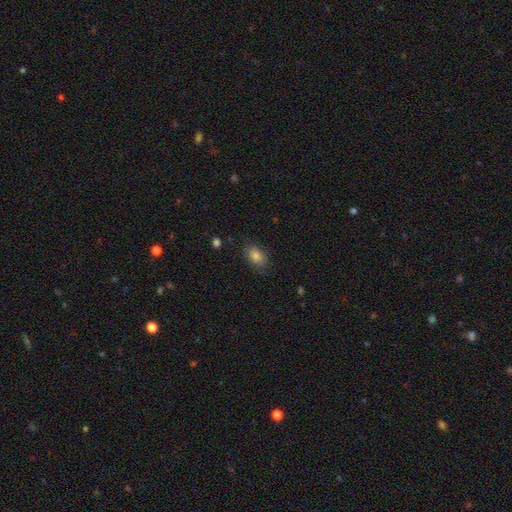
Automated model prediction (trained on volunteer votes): Smooth or featured: smooth — 82% (star or artifact — 10%)
How rounded: in between — 84% (round — 15%)
Merging: none — 81% (minor disturbance — 14%)